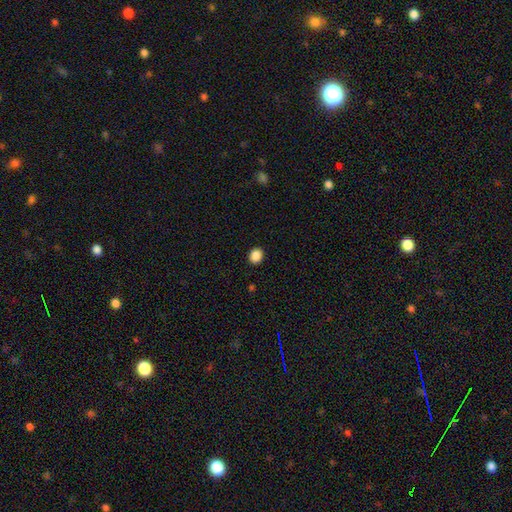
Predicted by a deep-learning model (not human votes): Q: Smooth or featured?
A: smooth (88%); runner-up: star or artifact (9%)
Q: How rounded?
A: round (61%); runner-up: in between (38%)
Q: Merging?
A: none (91%); runner-up: minor disturbance (6%)